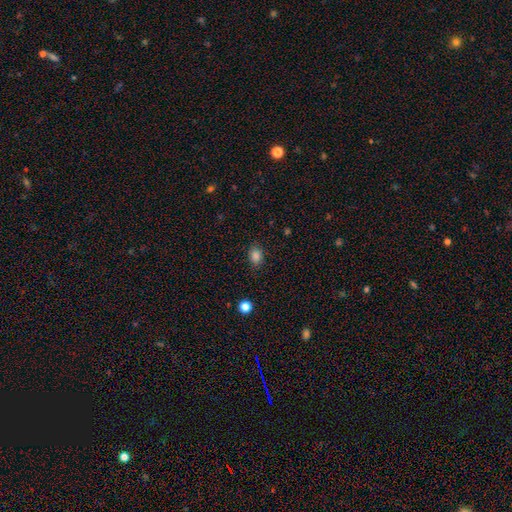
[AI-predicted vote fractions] This appears to be a smooth galaxy with no disk features (85%) that is in between round and cigar-shaped (71%). Merging: none (85%).